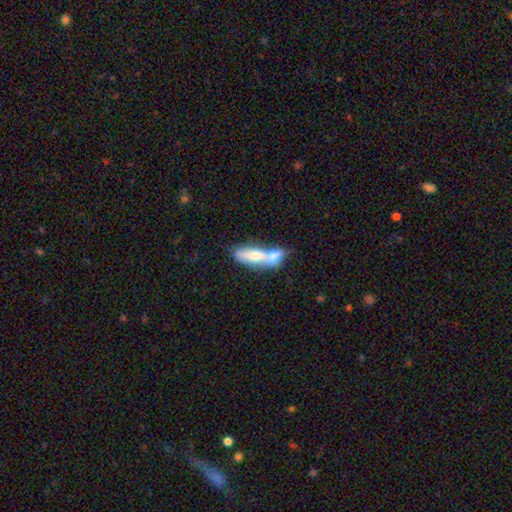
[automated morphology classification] Smooth or featured?
  - smooth: 64% *
  - featured or disk: 29%
  - star or artifact: 6%
How rounded?
  - in between: 57% *
  - cigar-shaped: 39%
  - round: 4%
Merging?
  - merger: 71% *
  - none: 16%
  - minor disturbance: 8%
  - major disturbance: 5%